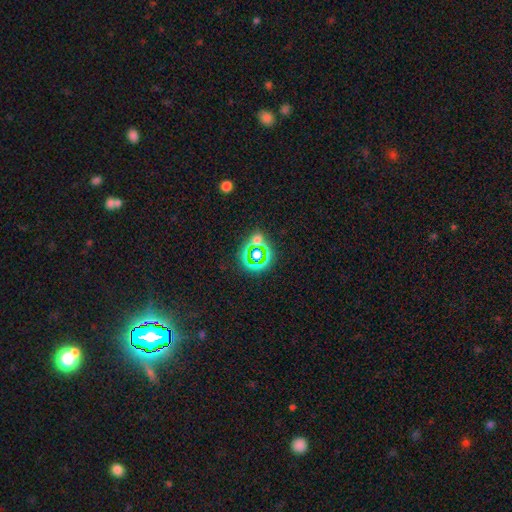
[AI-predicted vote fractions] A star or artifact, not a galaxy (62%).

Vote fractions:
- Smooth or featured? star or artifact: 62% / smooth: 27% / featured or disk: 12%